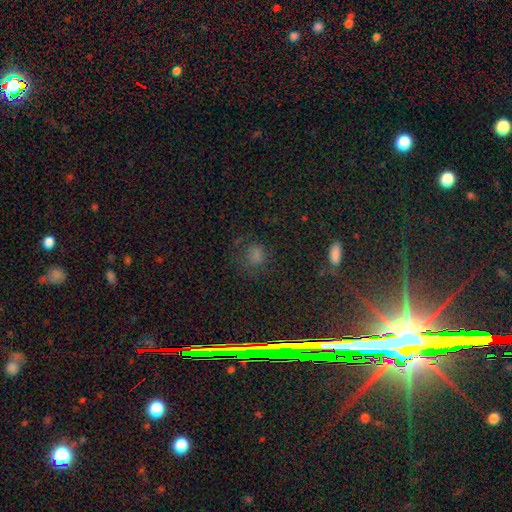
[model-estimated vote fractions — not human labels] Q: Smooth or featured?
A: smooth (62%); runner-up: star or artifact (28%)
Q: How rounded?
A: round (73%); runner-up: in between (26%)
Q: Merging?
A: none (63%); runner-up: minor disturbance (19%)